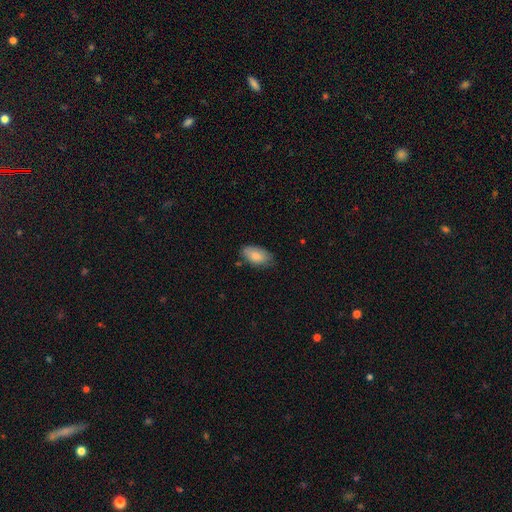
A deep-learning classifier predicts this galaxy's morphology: smooth-or-featured: smooth: 83% | featured or disk: 11% | star or artifact: 6%
  how-rounded: in between: 94% | round: 4% | cigar-shaped: 3%
  merging: none: 71% | minor disturbance: 24% | major disturbance: 4% | merger: 2%